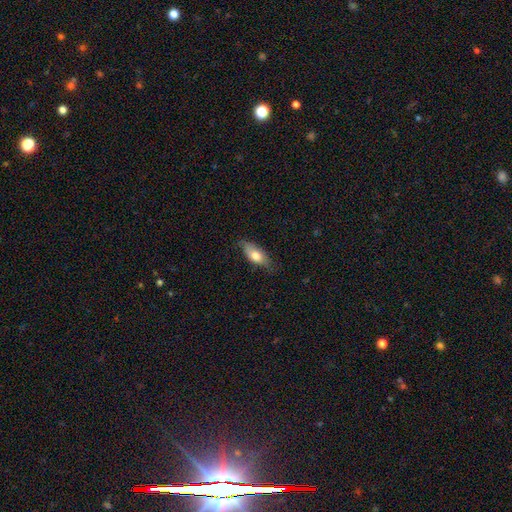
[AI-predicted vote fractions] Q: Smooth or featured?
A: smooth (70%); runner-up: featured or disk (24%)
Q: How rounded?
A: in between (82%); runner-up: cigar-shaped (15%)
Q: Merging?
A: none (64%); runner-up: minor disturbance (29%)